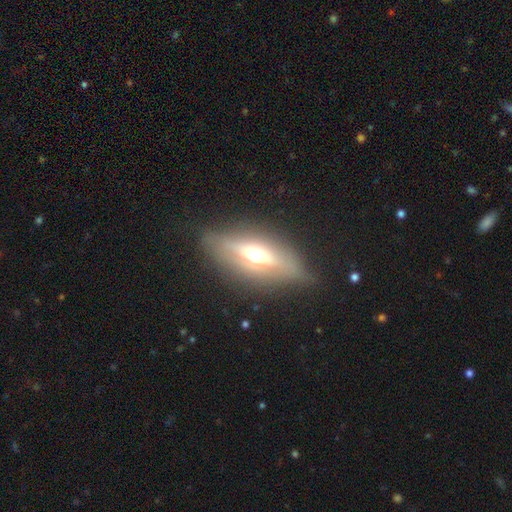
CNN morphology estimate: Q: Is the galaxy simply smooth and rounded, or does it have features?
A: featured or disk — 61%.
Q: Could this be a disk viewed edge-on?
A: yes — 80%.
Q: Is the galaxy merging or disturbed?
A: none — 77%.